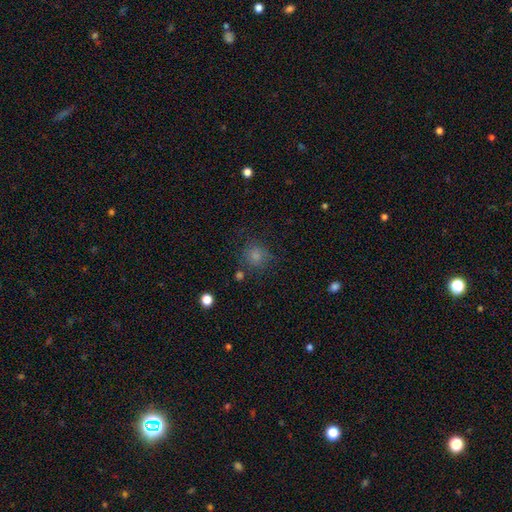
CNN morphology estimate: This appears to be a smooth galaxy with no disk features (79%) that is round (87%). Merging: none (73%).